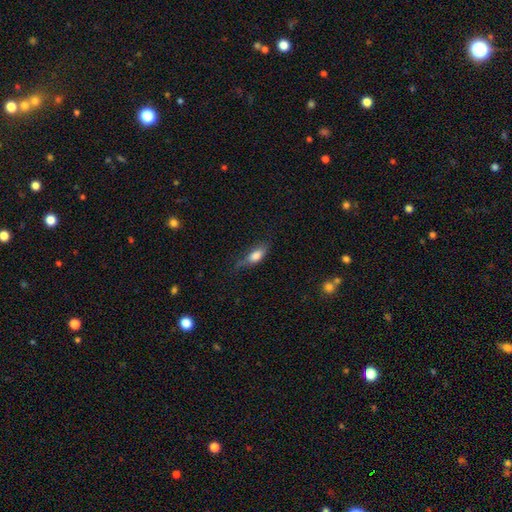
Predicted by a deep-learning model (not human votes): A smooth galaxy with no disk features (76%) that is in between round and cigar-shaped (76%). Merging: none (53%).